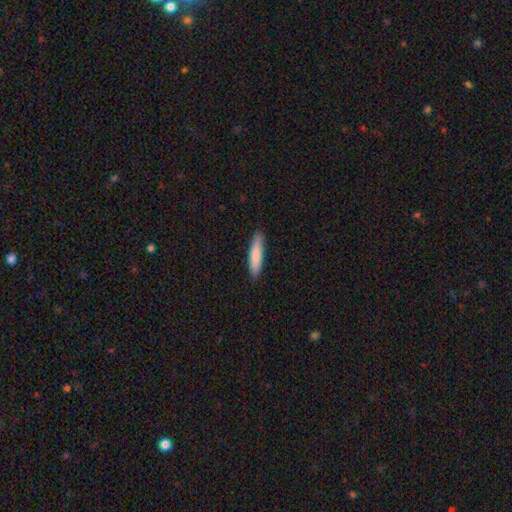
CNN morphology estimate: This appears to be a smooth galaxy with no disk features (86%) that is cigar-shaped (78%). Merging: none (89%).